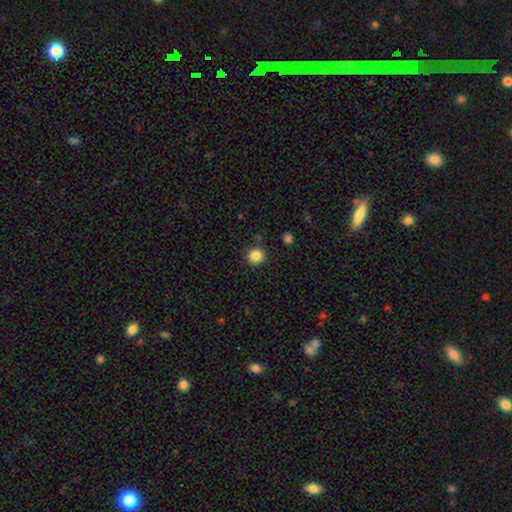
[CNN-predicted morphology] Smooth or featured? Predicted: smooth (p=0.86). How rounded? Predicted: round (p=0.92). Merging? Predicted: none (p=0.89).